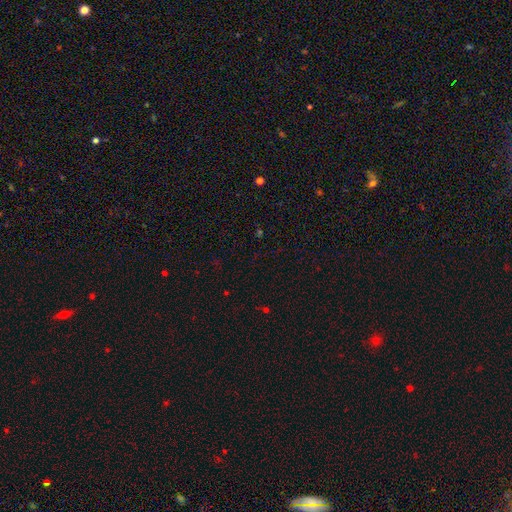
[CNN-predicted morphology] smooth-or-featured: star or artifact: 66% | smooth: 27% | featured or disk: 7%